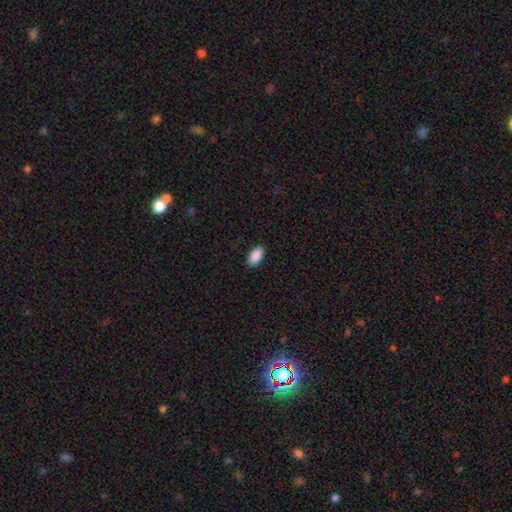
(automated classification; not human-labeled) This is clearly a smooth galaxy (91%). How rounded: clearly in between (94%). Merging: clearly none (90%).